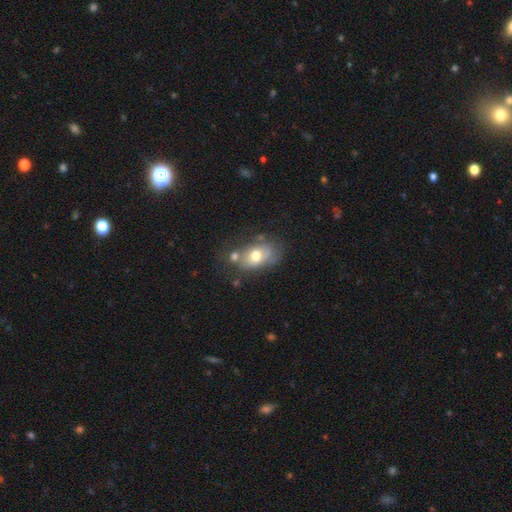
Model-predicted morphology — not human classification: This appears to be a smooth galaxy with no disk features (62%) that is in between round and cigar-shaped (81%). Merging: none (43%).